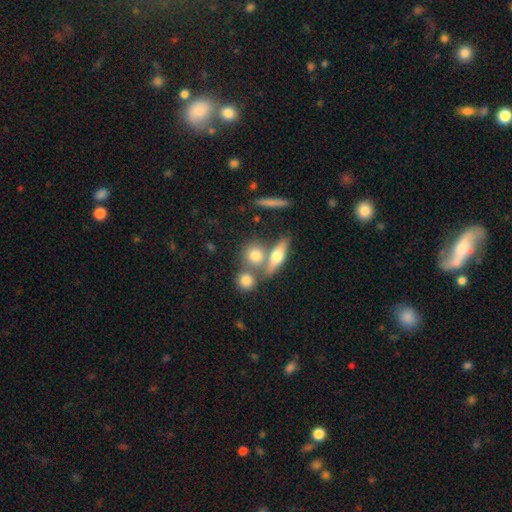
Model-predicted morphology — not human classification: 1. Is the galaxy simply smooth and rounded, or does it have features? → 71% smooth, 19% featured or disk, 10% star or artifact.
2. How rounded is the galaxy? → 59% round, 29% in between, 12% cigar-shaped.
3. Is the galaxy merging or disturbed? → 49% none, 37% merger, 9% minor disturbance, 4% major disturbance.